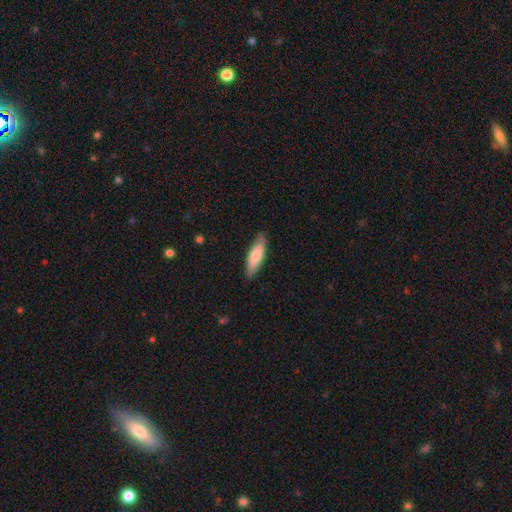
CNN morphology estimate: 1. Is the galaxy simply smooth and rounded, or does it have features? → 76% smooth, 18% featured or disk, 5% star or artifact.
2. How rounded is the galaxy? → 51% cigar-shaped, 47% in between, 2% round.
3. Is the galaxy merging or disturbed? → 83% none, 14% minor disturbance, 2% major disturbance, 1% merger.